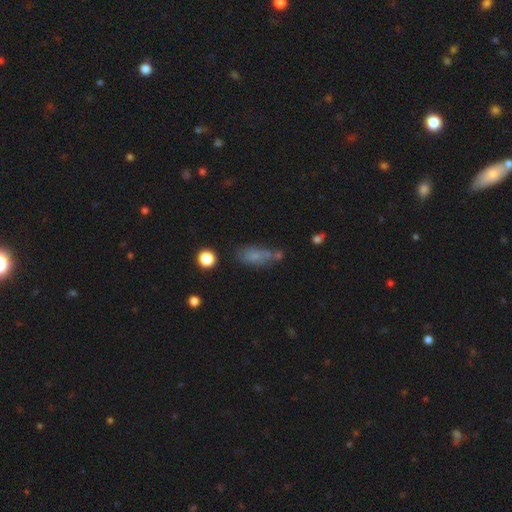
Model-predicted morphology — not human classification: Smooth or featured? Predicted: smooth (p=0.66). How rounded? Predicted: in between (p=0.75). Merging? Predicted: none (p=0.47).